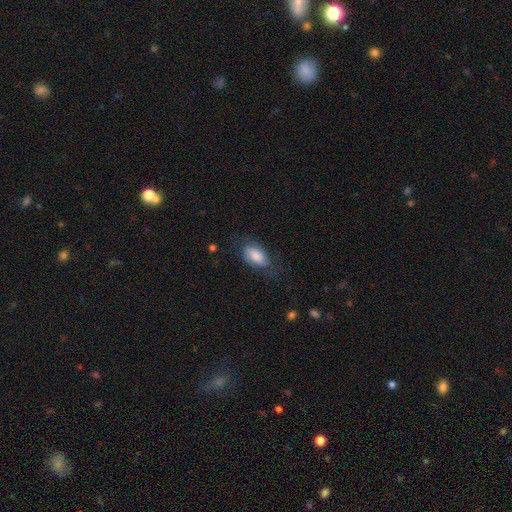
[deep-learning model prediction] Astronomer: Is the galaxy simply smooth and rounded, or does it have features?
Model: smooth — 77%.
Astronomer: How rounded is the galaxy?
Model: in between — 92%.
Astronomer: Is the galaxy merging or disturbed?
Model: none — 62%.